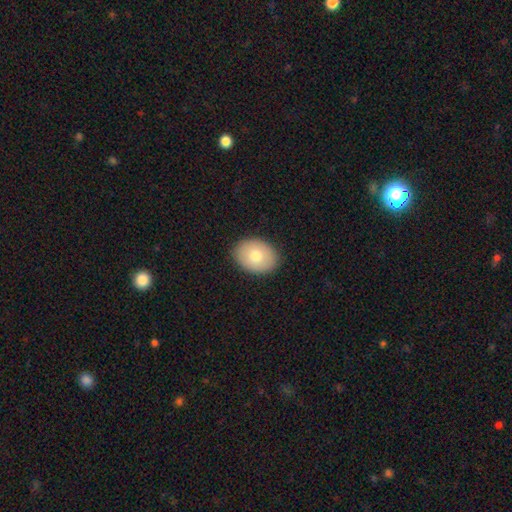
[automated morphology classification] Overall: smooth (76%). How rounded: in between (70%). Merging: none (89%).